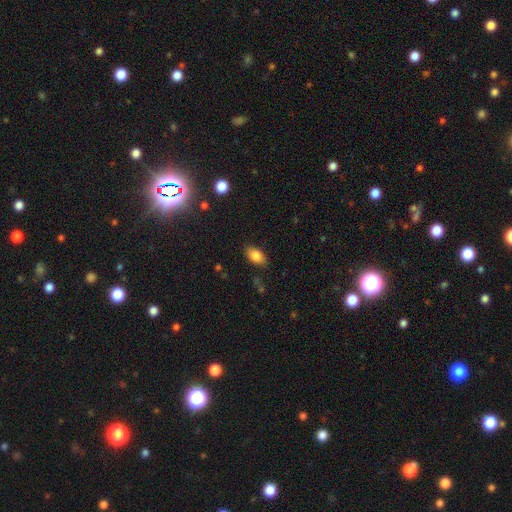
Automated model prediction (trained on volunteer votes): Morphology: type=smooth (83%); roundness=in between (90%); merging=none (83%).